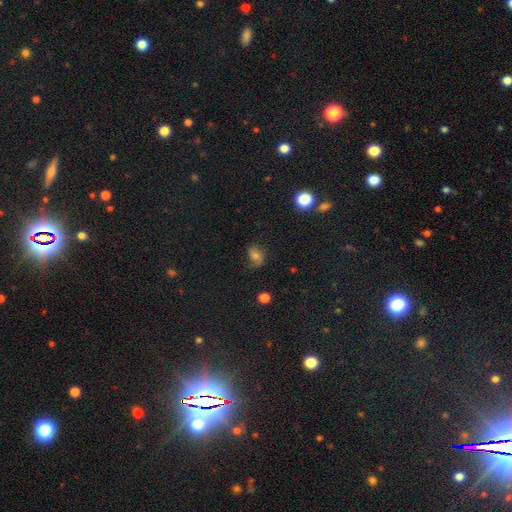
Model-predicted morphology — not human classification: Overall: smooth (54%; featured or disk 30%). How rounded: in between (59%; round 40%). Merging: none (53%; minor disturbance 28%).